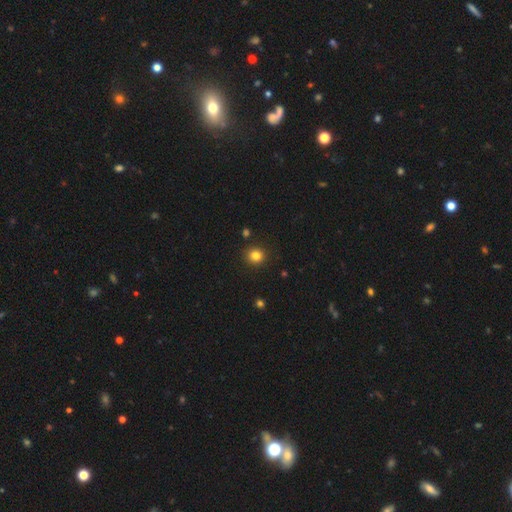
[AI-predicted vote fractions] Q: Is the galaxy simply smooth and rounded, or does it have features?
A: smooth — 82%.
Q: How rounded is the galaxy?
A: round — 88%.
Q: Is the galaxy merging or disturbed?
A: none — 90%.